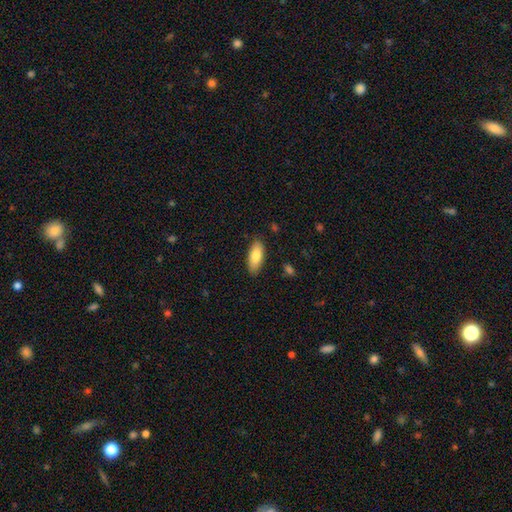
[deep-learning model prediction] The model was most divided on "how rounded": in between: 81%, cigar-shaped: 17%, round: 2%. More confident: merging — none (86%); smooth or featured — smooth (81%).